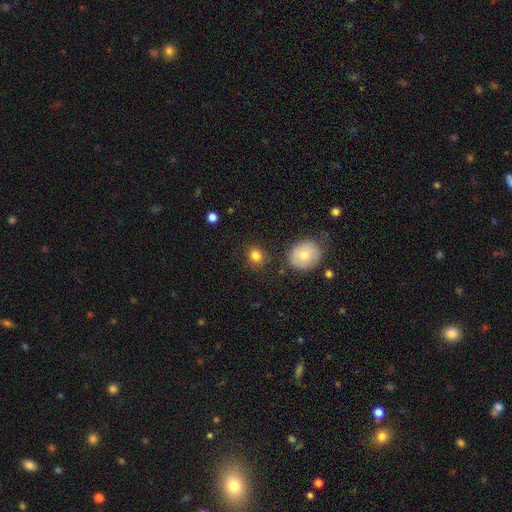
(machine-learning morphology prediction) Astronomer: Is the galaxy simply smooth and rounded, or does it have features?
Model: smooth — 83%.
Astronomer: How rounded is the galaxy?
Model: round — 75%.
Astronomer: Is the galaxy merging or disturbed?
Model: none — 85%.